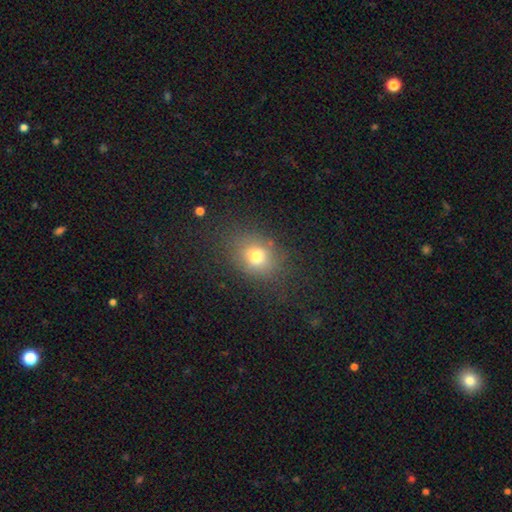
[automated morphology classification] Smooth or featured? smooth (73%)
How rounded? in between (50%)
Merging? none (75%)